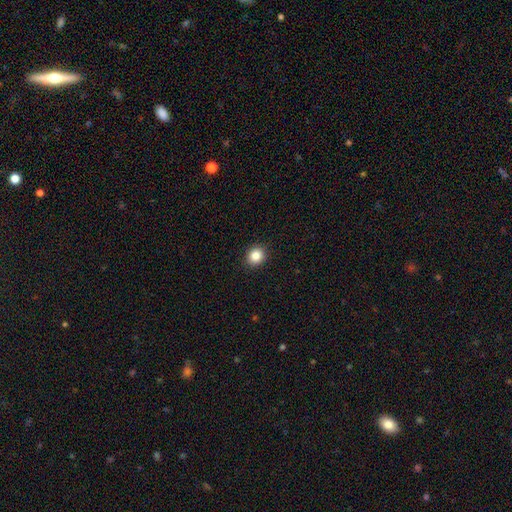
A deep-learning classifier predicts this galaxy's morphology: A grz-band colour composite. It shows a smooth galaxy with no disk features (86%) that is round (80%). Merging: none (92%).